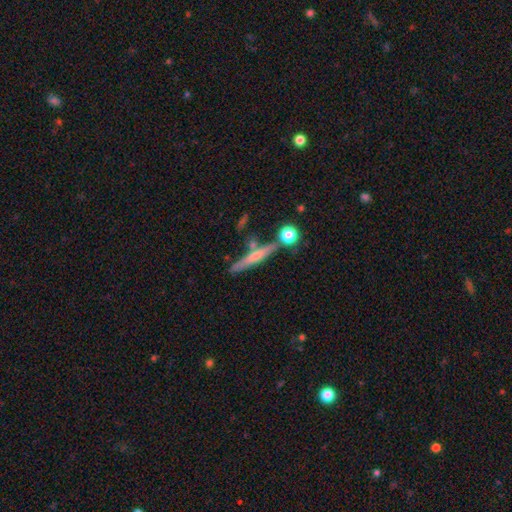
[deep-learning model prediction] Smooth or featured? featured or disk (68%)
Edge-on disk? yes (95%)
Edge-on bulge? rounded (76%)
Merging? none (74%)